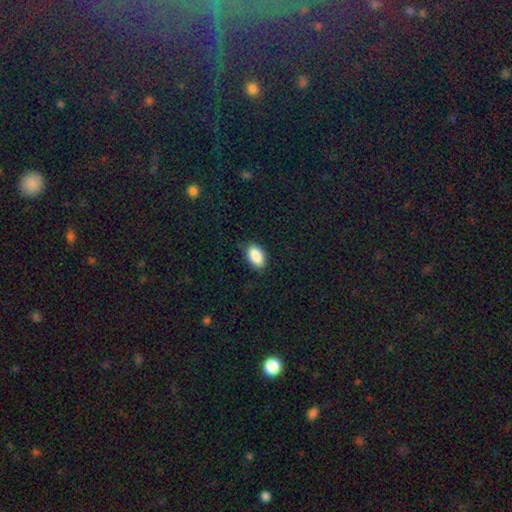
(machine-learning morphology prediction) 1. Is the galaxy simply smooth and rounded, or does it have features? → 89% smooth, 7% star or artifact, 5% featured or disk.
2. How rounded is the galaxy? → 93% in between, 5% round, 2% cigar-shaped.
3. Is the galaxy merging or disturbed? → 85% none, 11% minor disturbance, 3% major disturbance, 1% merger.